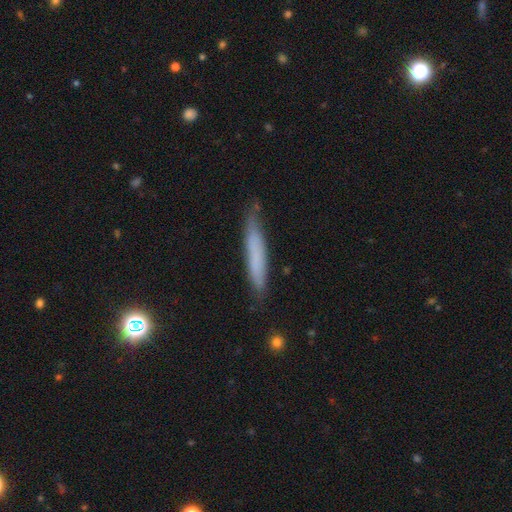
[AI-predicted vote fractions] smooth_or_featured: smooth (p=0.64) [alt: featured or disk p=0.28]
how_rounded: cigar-shaped (p=0.93) [alt: in between p=0.06]
merging: none (p=0.77) [alt: minor disturbance p=0.18]